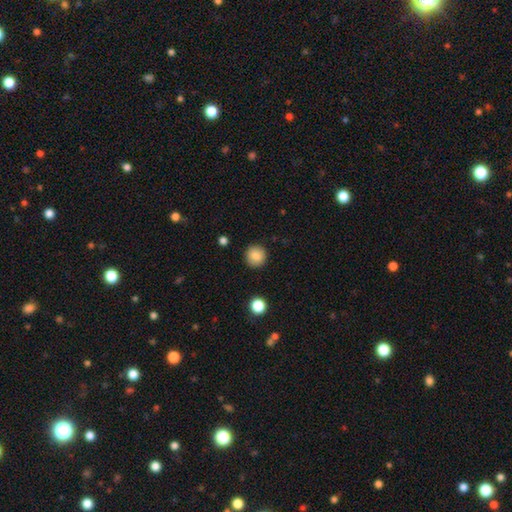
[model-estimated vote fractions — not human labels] Smooth or featured?
  - smooth: 86% *
  - star or artifact: 9%
  - featured or disk: 5%
How rounded?
  - round: 94% *
  - in between: 5%
  - cigar-shaped: 1%
Merging?
  - none: 90% *
  - minor disturbance: 6%
  - major disturbance: 2%
  - merger: 1%